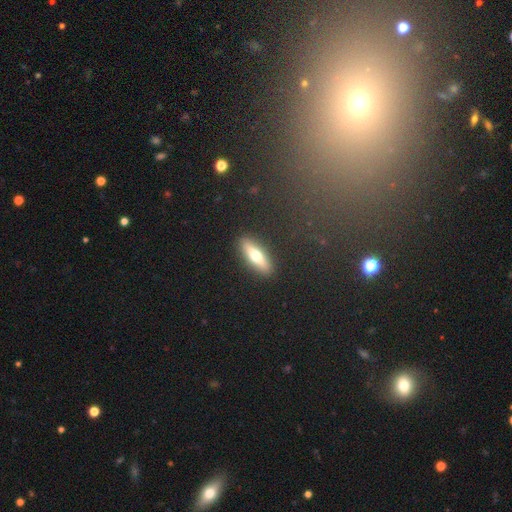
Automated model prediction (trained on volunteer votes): smooth 56%, featured or disk 39%, star or artifact 6%. Down the decision tree: how rounded — cigar-shaped (61%); merging — none (90%).